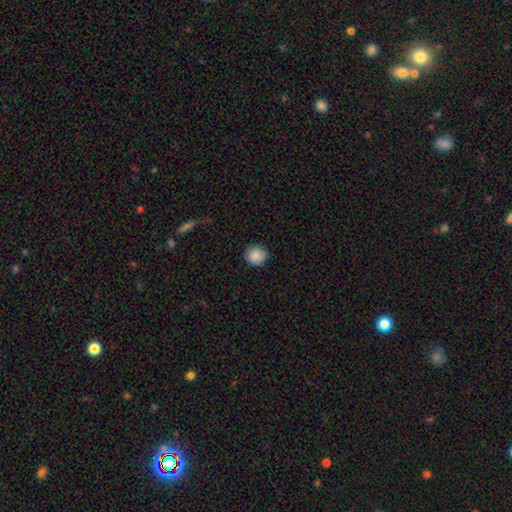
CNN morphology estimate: smooth-or-featured: smooth: 87% | star or artifact: 8% | featured or disk: 5%
  how-rounded: round: 92% | in between: 7% | cigar-shaped: 1%
  merging: none: 88% | minor disturbance: 9% | major disturbance: 2% | merger: 1%